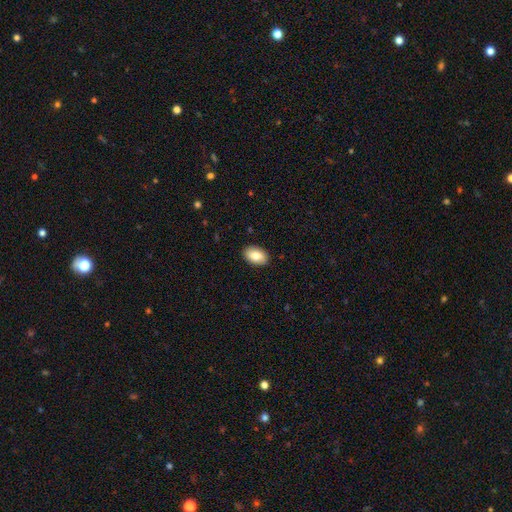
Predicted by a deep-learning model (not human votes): smooth 83%, featured or disk 10%, star or artifact 7%. Down the decision tree: how rounded — in between (91%); merging — none (90%).